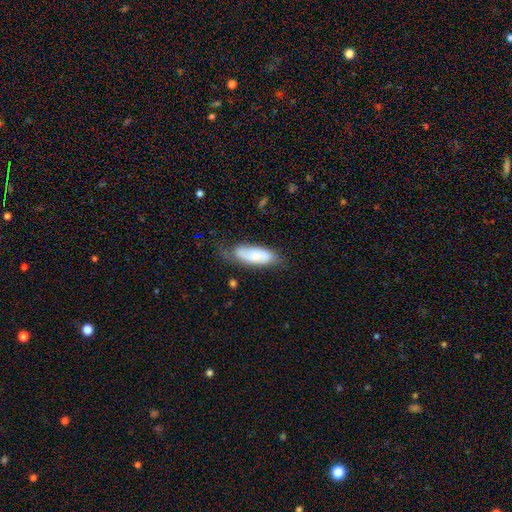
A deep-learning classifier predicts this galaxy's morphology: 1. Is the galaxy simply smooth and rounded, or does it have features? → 57% smooth, 36% featured or disk, 7% star or artifact.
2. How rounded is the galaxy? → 70% in between, 28% cigar-shaped, 2% round.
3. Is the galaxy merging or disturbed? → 54% none, 31% minor disturbance, 12% major disturbance, 3% merger.